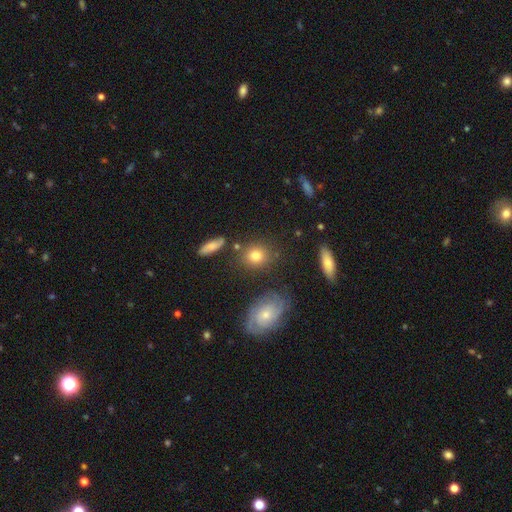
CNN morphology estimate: smooth_or_featured: smooth (p=0.76) [alt: featured or disk p=0.13]
how_rounded: round (p=0.76) [alt: in between p=0.22]
merging: none (p=0.79) [alt: minor disturbance p=0.11]